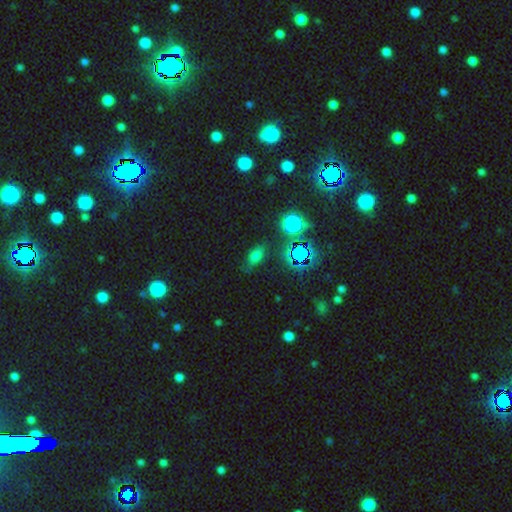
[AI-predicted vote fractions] Smooth or featured? Predicted: smooth (p=0.57). How rounded? Predicted: in between (p=0.76). Merging? Predicted: none (p=0.73).